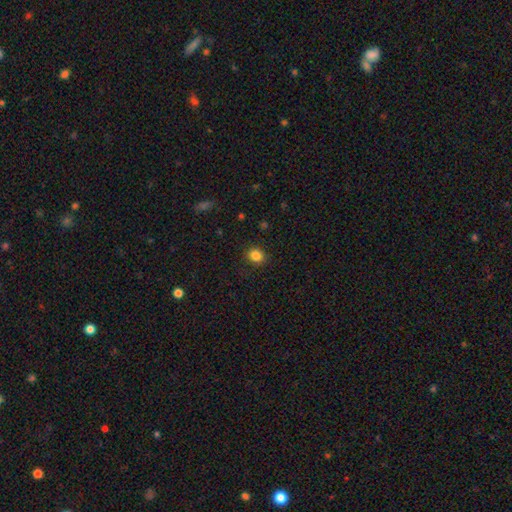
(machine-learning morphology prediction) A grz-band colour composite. It shows a smooth galaxy with no disk features (85%) that is round (74%). Merging: none (88%).